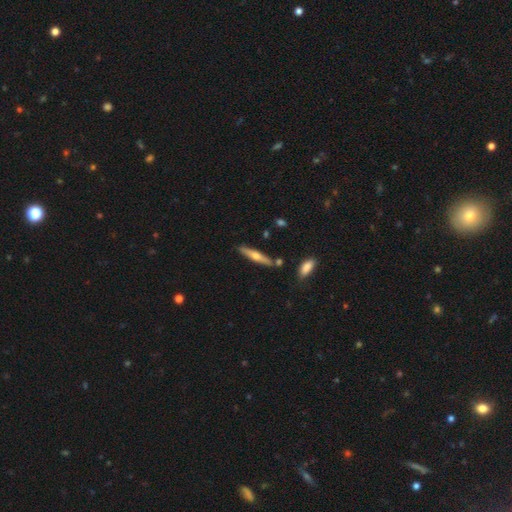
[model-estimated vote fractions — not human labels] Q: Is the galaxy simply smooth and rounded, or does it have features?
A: featured or disk — 50%.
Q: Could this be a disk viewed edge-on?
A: yes — 95%.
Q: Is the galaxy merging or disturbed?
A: none — 83%.